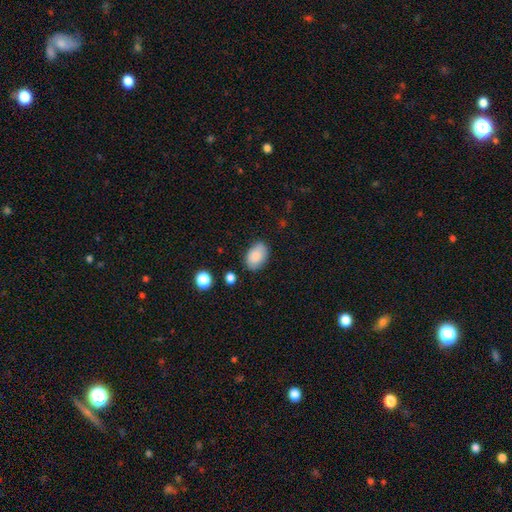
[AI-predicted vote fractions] This appears to be a smooth galaxy with no disk features (86%) that is in between round and cigar-shaped (88%). Merging: none (78%).